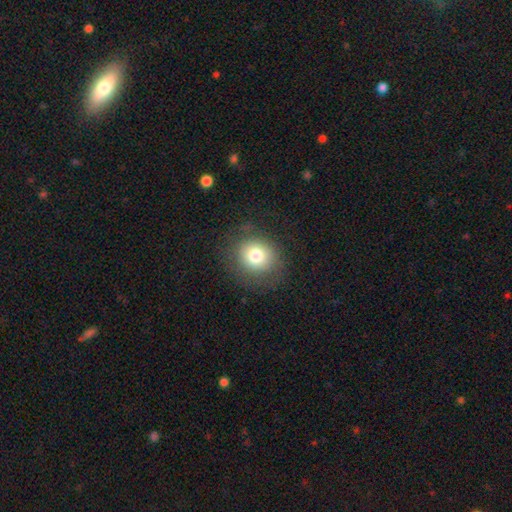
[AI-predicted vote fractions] Smooth or featured?
  - smooth: 77% *
  - star or artifact: 12%
  - featured or disk: 11%
How rounded?
  - round: 82% *
  - in between: 17%
  - cigar-shaped: 1%
Merging?
  - none: 81% *
  - minor disturbance: 12%
  - major disturbance: 6%
  - merger: 1%